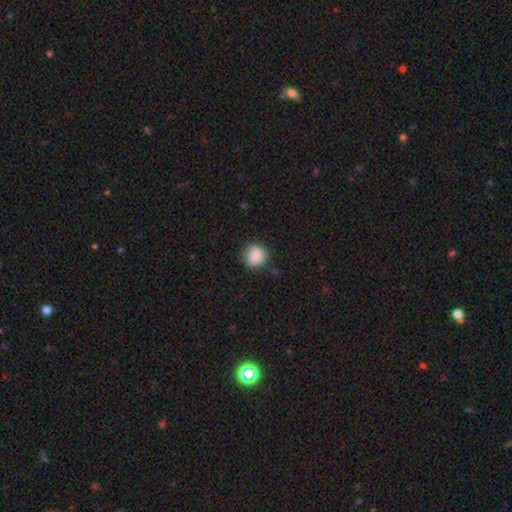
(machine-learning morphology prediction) Smooth or featured: smooth — 85% (star or artifact — 9%)
How rounded: round — 87% (in between — 12%)
Merging: none — 78% (minor disturbance — 17%)